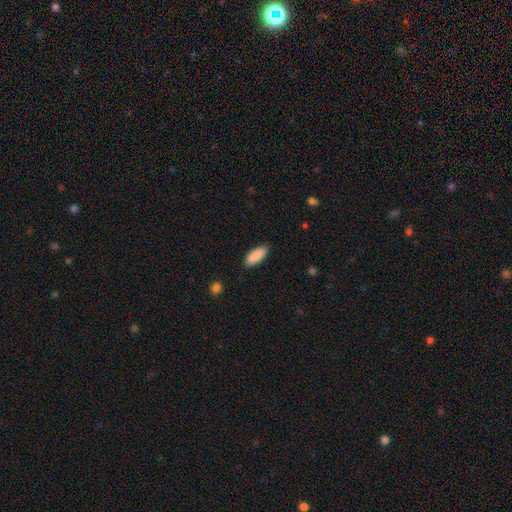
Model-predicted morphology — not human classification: A smooth galaxy with no disk features (89%) that is in between round and cigar-shaped (76%).

Vote fractions:
- Smooth or featured? smooth: 89% / star or artifact: 6% / featured or disk: 5%
- How rounded? in between: 76% / cigar-shaped: 22% / round: 2%
- Merging? none: 88% / minor disturbance: 9% / major disturbance: 2% / merger: 1%